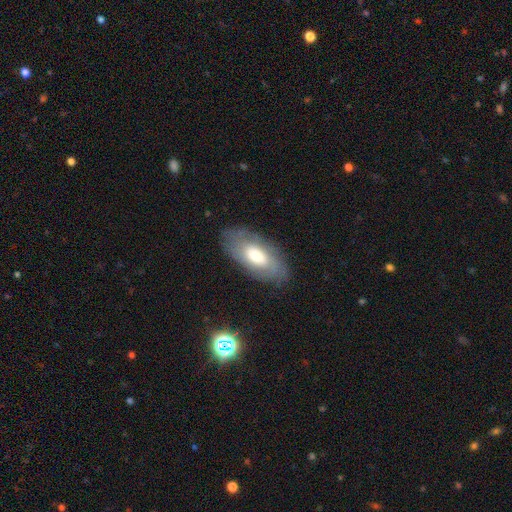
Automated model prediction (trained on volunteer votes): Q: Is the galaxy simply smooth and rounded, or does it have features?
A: smooth — 52%.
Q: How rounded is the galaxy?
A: in between — 91%.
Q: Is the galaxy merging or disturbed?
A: none — 78%.